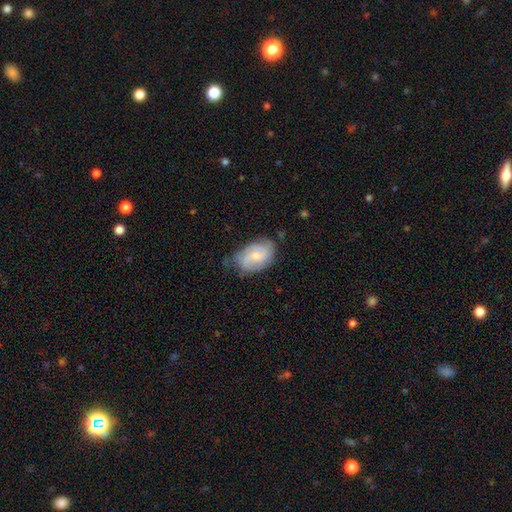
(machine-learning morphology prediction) type=featured or disk (54%); edge-on=no (96%); bar=no (65%); spiral arms=yes (84%); bulge=small (58%); merging=none (61%).